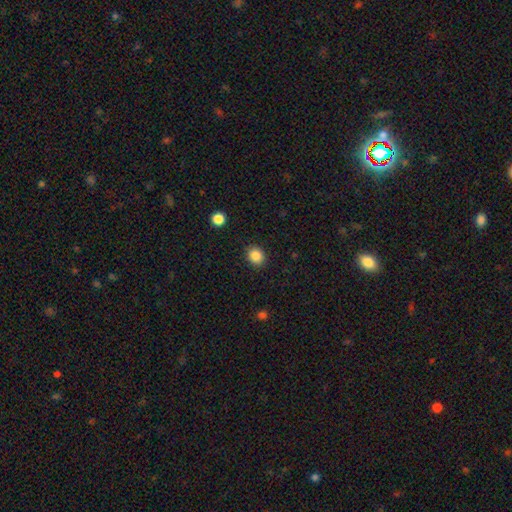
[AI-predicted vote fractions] Overall: smooth (86%). How rounded: round (68%; in between 32%). Merging: none (89%).